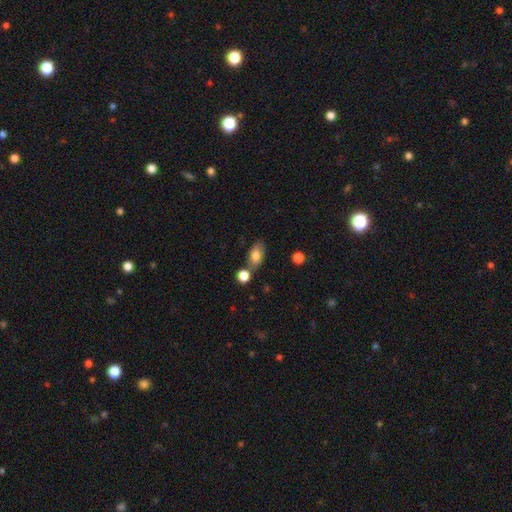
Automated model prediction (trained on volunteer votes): Smooth or featured: smooth — 78% (featured or disk — 14%)
How rounded: in between — 88% (round — 8%)
Merging: none — 65% (merger — 15%)